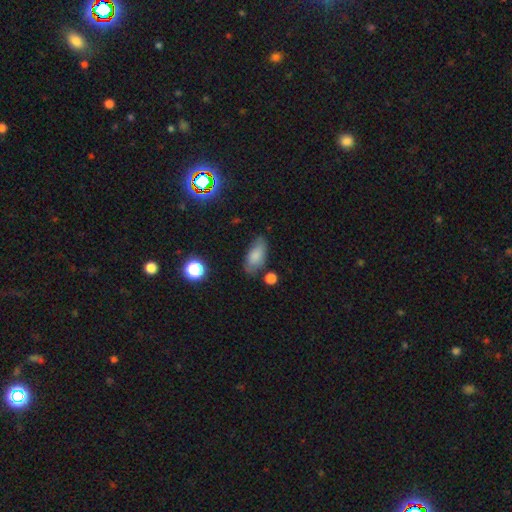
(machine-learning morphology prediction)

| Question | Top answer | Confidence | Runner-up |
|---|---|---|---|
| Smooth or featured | smooth | 80% | featured or disk (12%) |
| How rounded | in between | 90% | cigar-shaped (6%) |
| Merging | none | 66% | minor disturbance (23%) |